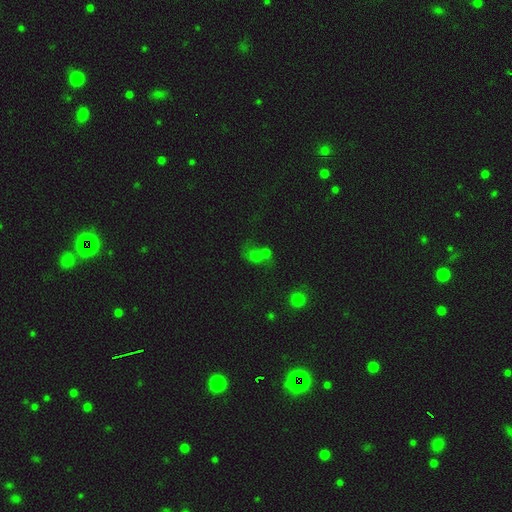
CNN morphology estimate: Smooth or featured: smooth — 57% (star or artifact — 28%)
How rounded: round — 50% (in between — 48%)
Merging: merger — 47% (none — 29%)